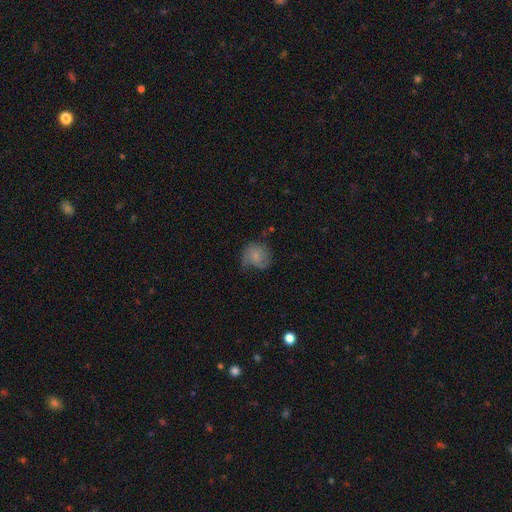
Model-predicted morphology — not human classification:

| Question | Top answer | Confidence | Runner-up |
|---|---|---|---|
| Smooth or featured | smooth | 59% | featured or disk (33%) |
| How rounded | round | 71% | in between (28%) |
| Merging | none | 43% | minor disturbance (34%) |